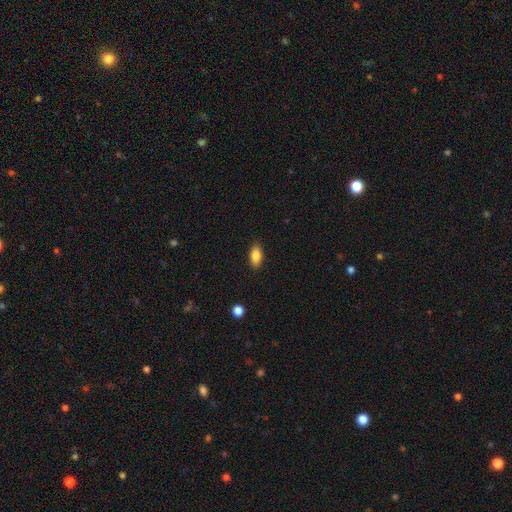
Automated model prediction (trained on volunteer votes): Smooth or featured? Predicted: smooth (p=0.86). How rounded? Predicted: in between (p=0.89). Merging? Predicted: none (p=0.88).